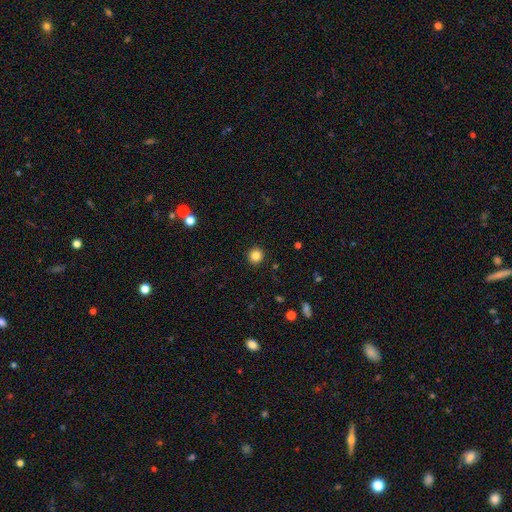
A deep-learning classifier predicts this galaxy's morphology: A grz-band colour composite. It shows a smooth galaxy with no disk features (85%) that is round (94%). Merging: none (93%).